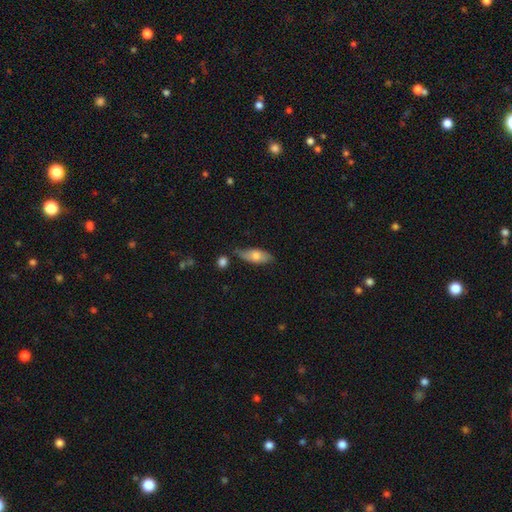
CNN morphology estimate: Smooth or featured? smooth (65%)
How rounded? in between (78%)
Merging? none (59%)